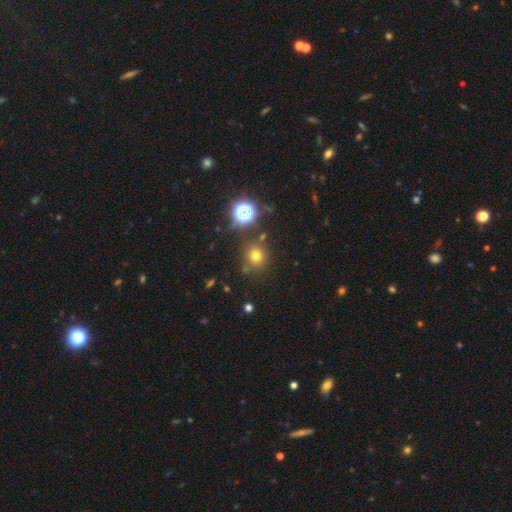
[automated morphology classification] A smooth galaxy with no disk features (69%) that is round (90%). Merging: none (80%).